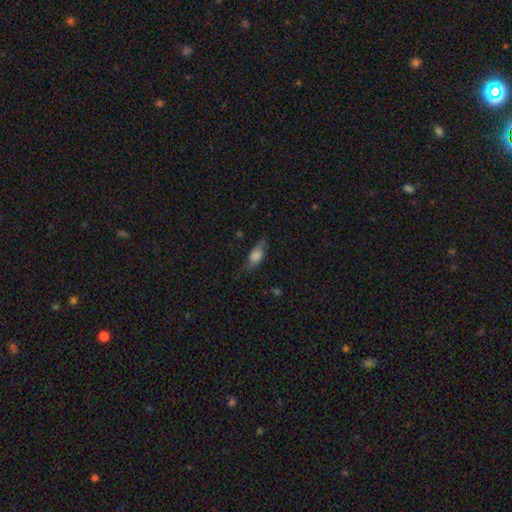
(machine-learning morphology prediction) Smooth or featured: smooth — 63% (featured or disk — 28%)
How rounded: in between — 75% (cigar-shaped — 19%)
Merging: none — 60% (minor disturbance — 27%)